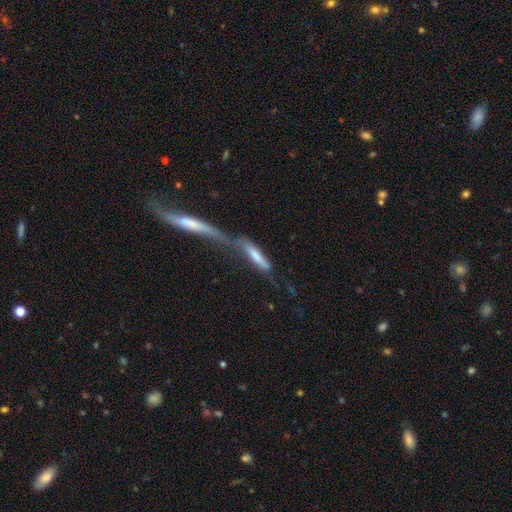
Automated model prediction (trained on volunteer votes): Smooth or featured: smooth — 55% (featured or disk — 36%)
How rounded: cigar-shaped — 79% (in between — 19%)
Merging: merger — 65% (none — 17%)